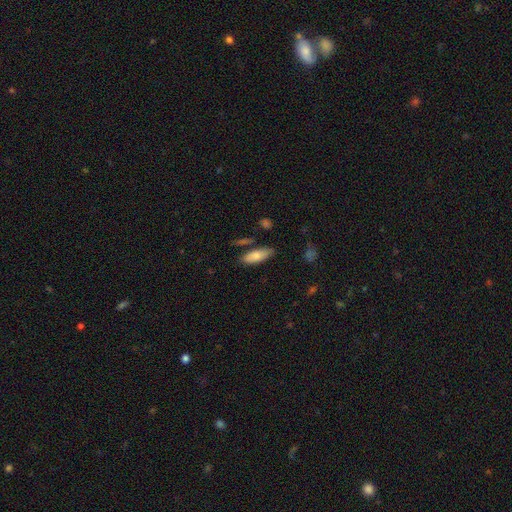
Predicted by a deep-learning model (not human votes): smooth-or-featured: smooth: 78% | featured or disk: 15% | star or artifact: 6%
  how-rounded: in between: 71% | cigar-shaped: 27% | round: 2%
  merging: none: 74% | minor disturbance: 17% | merger: 6% | major disturbance: 4%